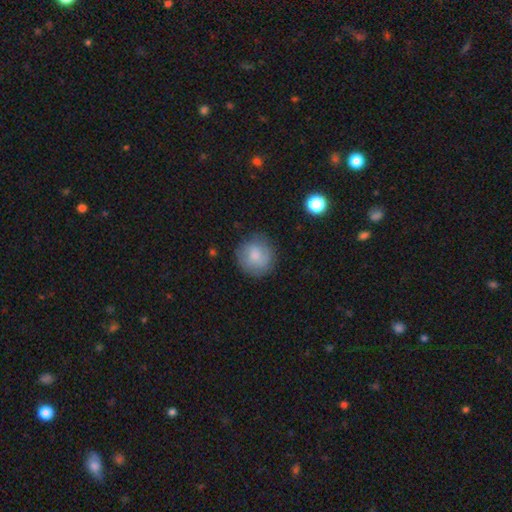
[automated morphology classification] Q: Smooth or featured?
A: smooth (72%); runner-up: featured or disk (21%)
Q: How rounded?
A: round (91%); runner-up: in between (8%)
Q: Merging?
A: none (79%); runner-up: minor disturbance (15%)